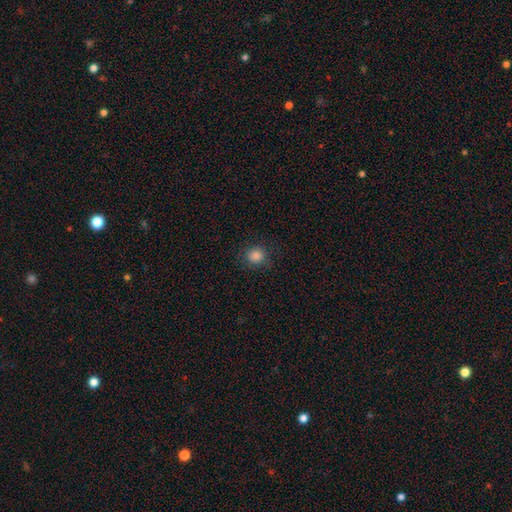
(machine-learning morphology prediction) A smooth galaxy with no disk features (83%) that is round (87%).

Vote fractions:
- Smooth or featured? smooth: 83% / star or artifact: 13% / featured or disk: 4%
- How rounded? round: 87% / in between: 12% / cigar-shaped: 1%
- Merging? none: 87% / minor disturbance: 9% / major disturbance: 3% / merger: 1%